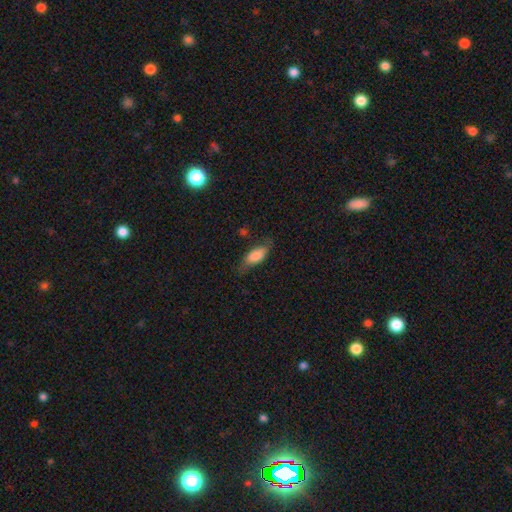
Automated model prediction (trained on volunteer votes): Smooth or featured? Predicted: smooth (p=0.74). How rounded? Predicted: in between (p=0.79). Merging? Predicted: none (p=0.64).